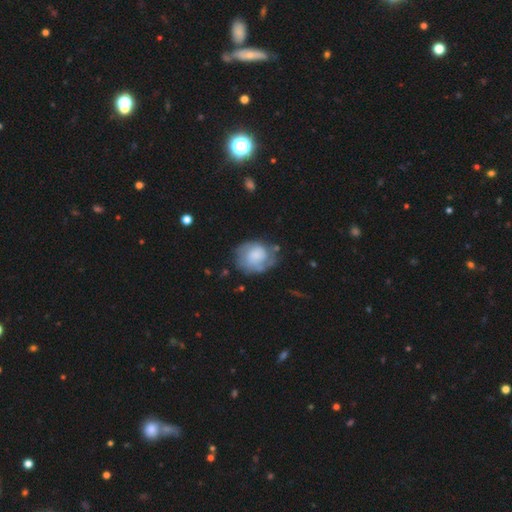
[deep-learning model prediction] This is possibly a smooth galaxy (48%). Merging: possibly none (55%).